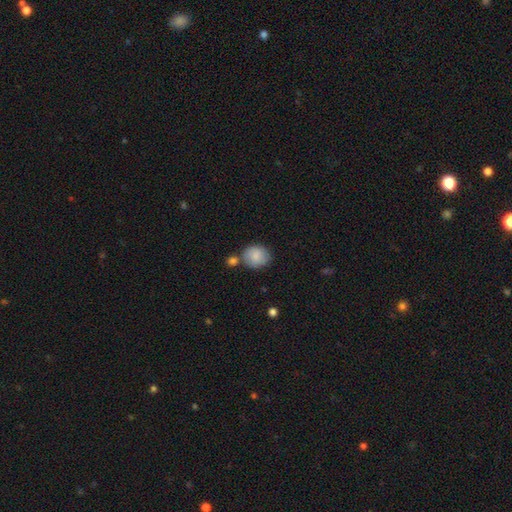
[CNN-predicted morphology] type=smooth (85%); roundness=round (64%); merging=none (62%).